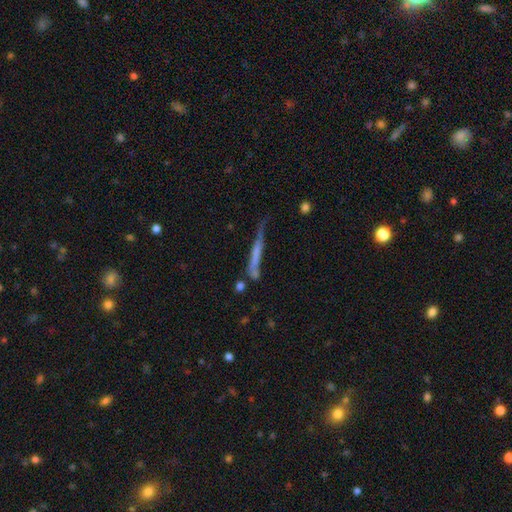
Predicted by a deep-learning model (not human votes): Morphology: type=smooth (47%); merging=none (47%).